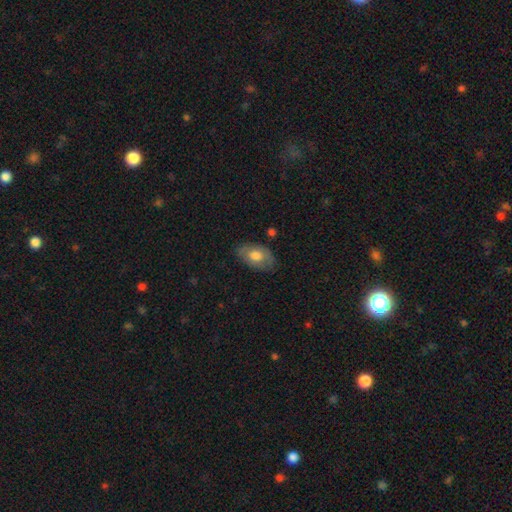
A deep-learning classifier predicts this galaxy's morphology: Smooth or featured?
  - smooth: 66% *
  - featured or disk: 28%
  - star or artifact: 7%
How rounded?
  - in between: 90% *
  - round: 8%
  - cigar-shaped: 1%
Merging?
  - none: 73% *
  - minor disturbance: 20%
  - major disturbance: 5%
  - merger: 2%